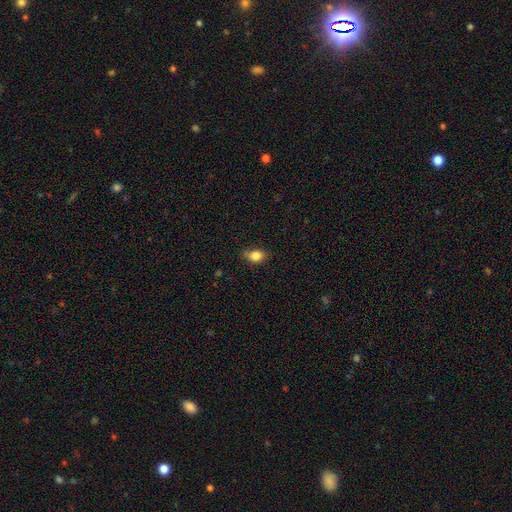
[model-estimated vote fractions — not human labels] A smooth galaxy with no disk features (83%) that is in between round and cigar-shaped (69%). Merging: none (66%).